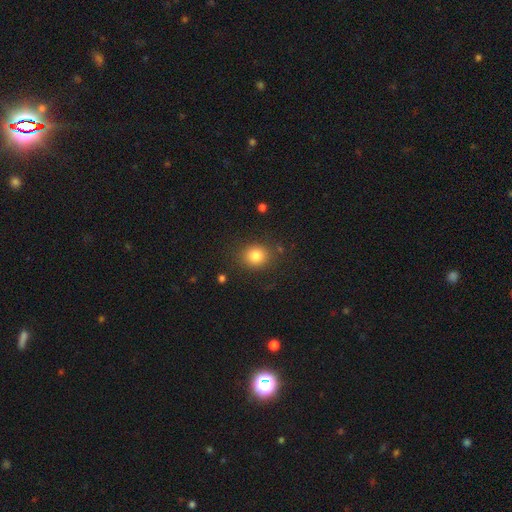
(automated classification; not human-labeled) Q: Smooth or featured?
A: smooth (82%); runner-up: star or artifact (11%)
Q: How rounded?
A: round (74%); runner-up: in between (25%)
Q: Merging?
A: none (83%); runner-up: minor disturbance (11%)